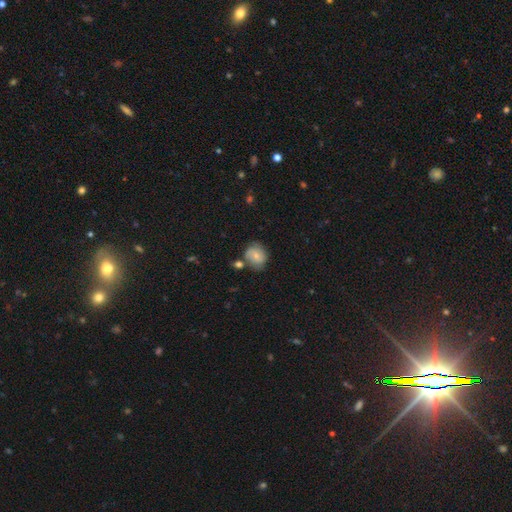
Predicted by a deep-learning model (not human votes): Morphology: type=smooth (65%); roundness=round (62%); merging=none (61%).